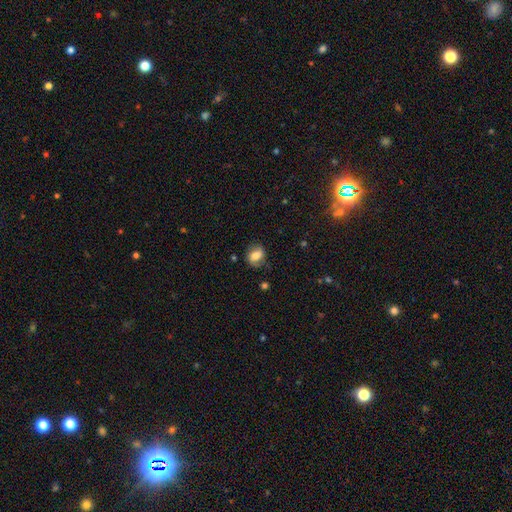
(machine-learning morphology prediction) Smooth or featured?
  - smooth: 64% *
  - featured or disk: 27%
  - star or artifact: 9%
How rounded?
  - in between: 55% *
  - round: 43%
  - cigar-shaped: 1%
Merging?
  - none: 67% *
  - minor disturbance: 22%
  - major disturbance: 8%
  - merger: 2%